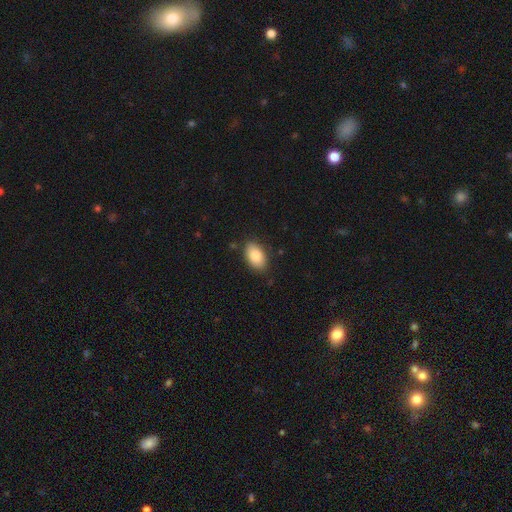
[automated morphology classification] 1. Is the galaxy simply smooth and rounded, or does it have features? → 84% smooth, 9% featured or disk, 7% star or artifact.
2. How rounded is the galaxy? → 92% in between, 7% round, 1% cigar-shaped.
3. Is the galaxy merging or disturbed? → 84% none, 12% minor disturbance, 3% major disturbance, 2% merger.